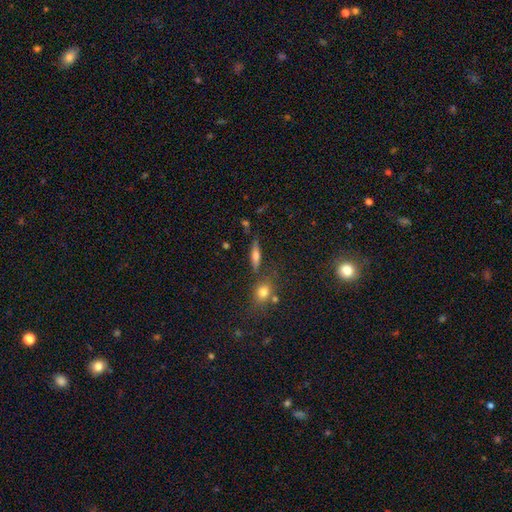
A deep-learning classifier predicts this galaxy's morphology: Q: Smooth or featured?
A: smooth (51%); runner-up: featured or disk (39%)
Q: How rounded?
A: cigar-shaped (60%); runner-up: in between (35%)
Q: Merging?
A: none (75%); runner-up: minor disturbance (13%)